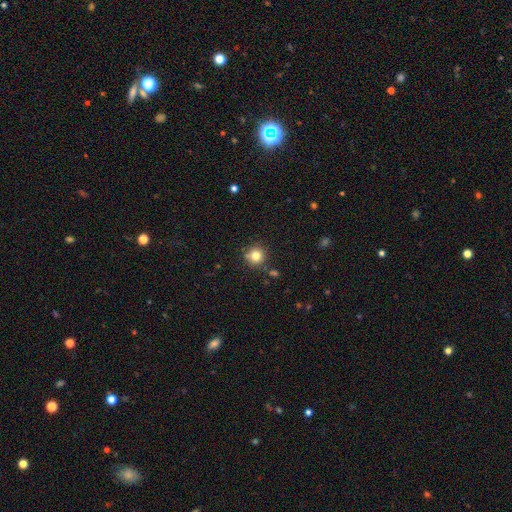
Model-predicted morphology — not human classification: Q: Smooth or featured?
A: smooth (80%); runner-up: star or artifact (13%)
Q: How rounded?
A: round (93%); runner-up: in between (6%)
Q: Merging?
A: none (83%); runner-up: minor disturbance (9%)